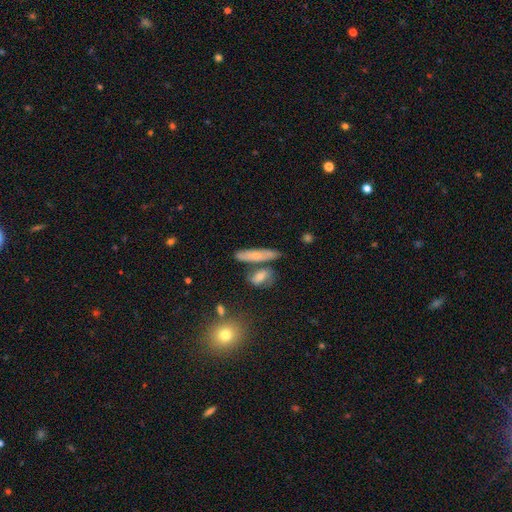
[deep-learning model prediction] The model was most divided on "smooth or featured": smooth: 59%, featured or disk: 32%, star or artifact: 9%. More confident: how rounded — cigar-shaped (71%); merging — none (63%).